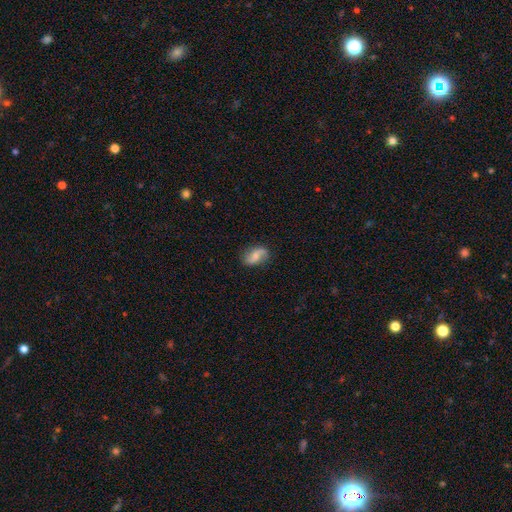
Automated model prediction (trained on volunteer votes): The model was most divided on "smooth or featured": featured or disk: 52%, smooth: 40%, star or artifact: 8%. More confident: edge-on disk — no (96%); merging — none (71%).